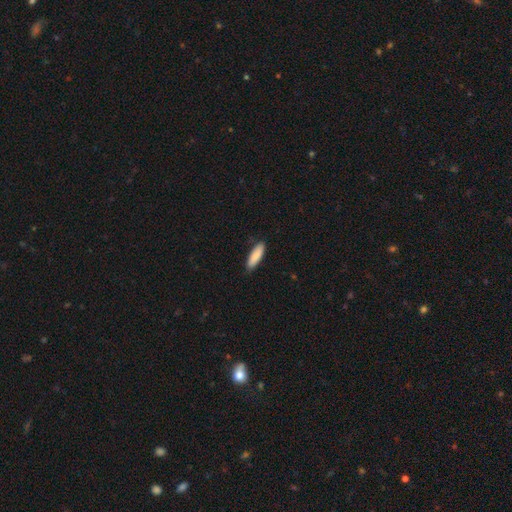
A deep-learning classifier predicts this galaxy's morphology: The model was most divided on "how rounded": cigar-shaped: 54%, in between: 44%, round: 1%. More confident: smooth or featured — smooth (88%); merging — none (84%).